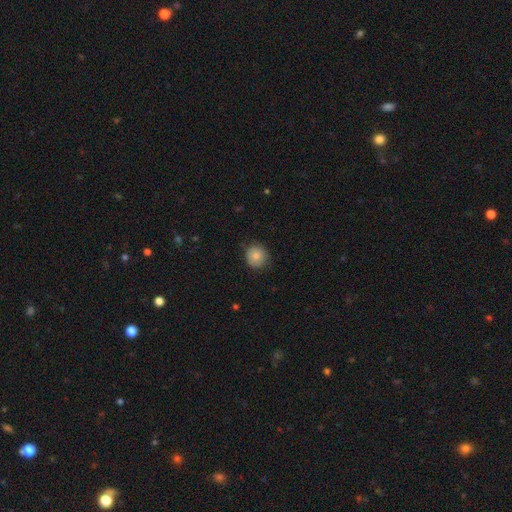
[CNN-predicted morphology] smooth_or_featured: smooth (p=0.83) [alt: star or artifact p=0.09]
how_rounded: round (p=0.89) [alt: in between p=0.10]
merging: none (p=0.81) [alt: minor disturbance p=0.15]